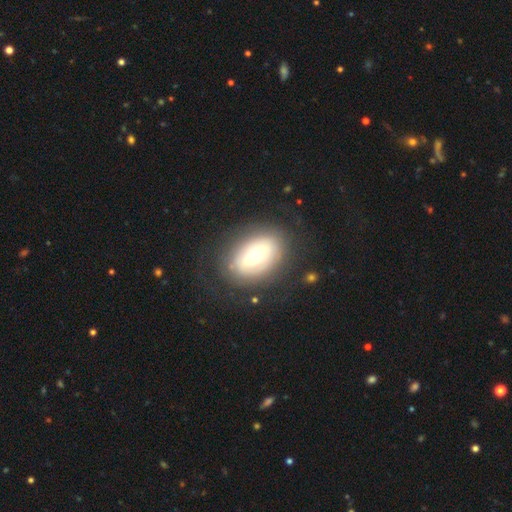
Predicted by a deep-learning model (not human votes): This is possibly a featured or disk galaxy (51%). It is clearly not viewed edge-on (87%). Merging: likely none (74%).